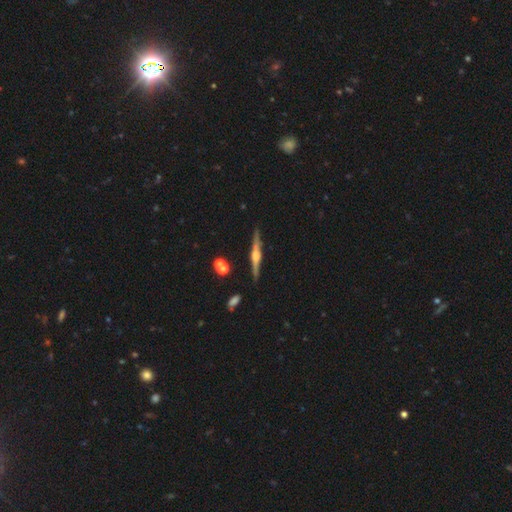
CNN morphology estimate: Smooth or featured? featured or disk (80%)
Edge-on disk? yes (98%)
Edge-on bulge? rounded (79%)
Merging? none (86%)